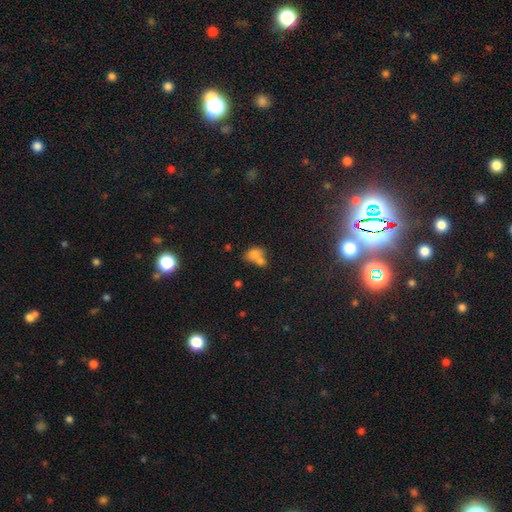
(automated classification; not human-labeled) Overall: smooth (73%). How rounded: in between (66%; round 32%). Merging: merger (62%; none 23%).